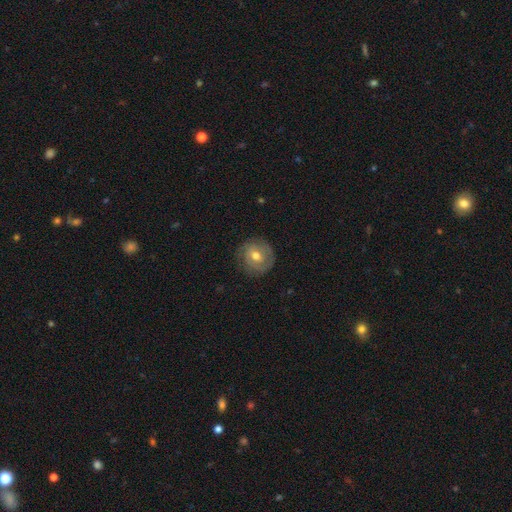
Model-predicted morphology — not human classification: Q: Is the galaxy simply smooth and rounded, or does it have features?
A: featured or disk — 50%.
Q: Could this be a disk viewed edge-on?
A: no — 96%.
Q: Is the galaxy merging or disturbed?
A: none — 79%.